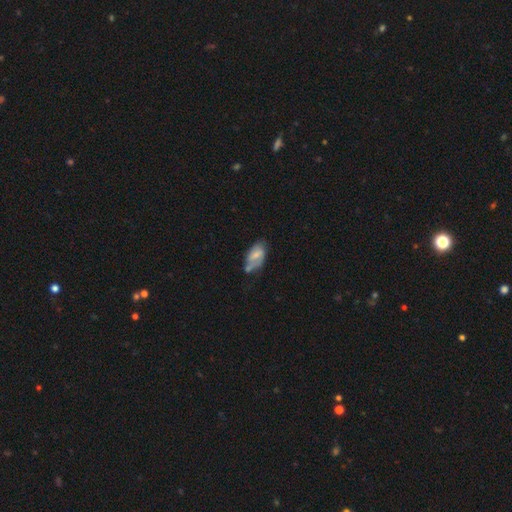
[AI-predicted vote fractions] Smooth or featured: smooth — 55% (featured or disk — 37%)
How rounded: in between — 91% (cigar-shaped — 4%)
Merging: none — 36% (minor disturbance — 34%)